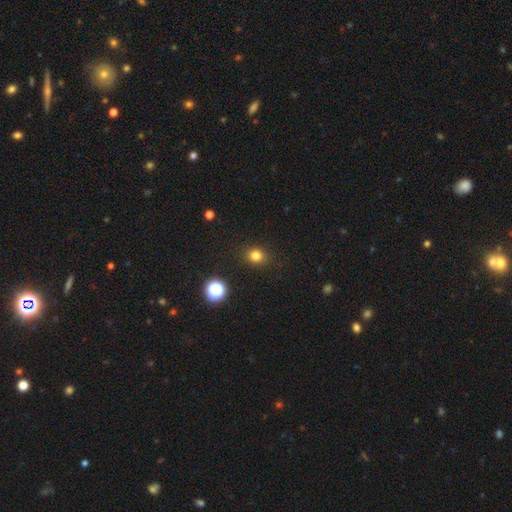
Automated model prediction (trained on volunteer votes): smooth-or-featured: smooth: 80% | star or artifact: 15% | featured or disk: 5%
  how-rounded: round: 73% | in between: 26% | cigar-shaped: 1%
  merging: none: 88% | minor disturbance: 8% | major disturbance: 3% | merger: 1%